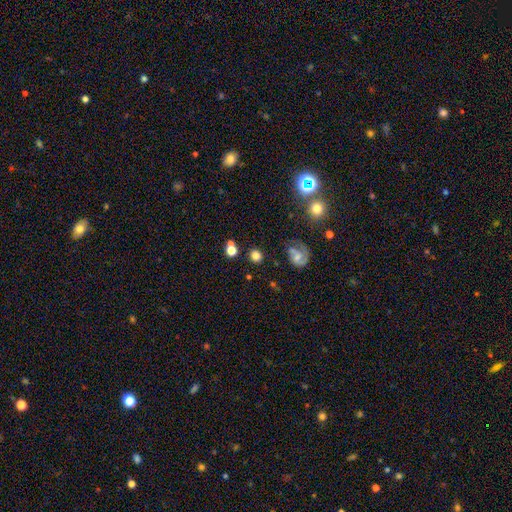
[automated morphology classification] smooth_or_featured: smooth (p=0.75) [alt: star or artifact p=0.14]
how_rounded: round (p=0.86) [alt: in between p=0.13]
merging: none (p=0.77) [alt: minor disturbance p=0.10]